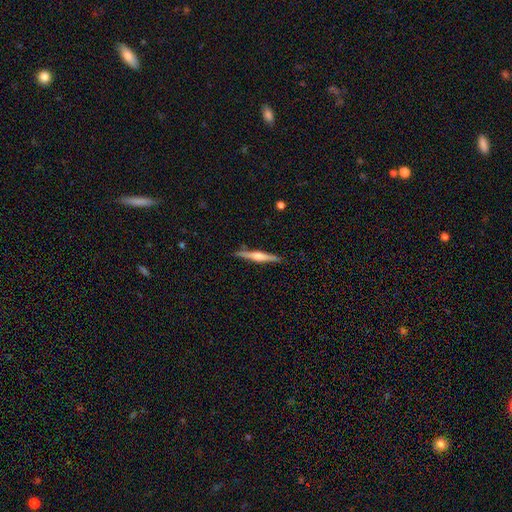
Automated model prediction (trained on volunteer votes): Smooth or featured?
  - featured or disk: 69% *
  - smooth: 26%
  - star or artifact: 6%
Edge-on disk?
  - yes: 98% *
  - no: 2%
Edge-on bulge?
  - rounded: 72% *
  - boxy: 19%
  - none: 9%
Merging?
  - none: 91% *
  - minor disturbance: 7%
  - major disturbance: 1%
  - merger: 1%